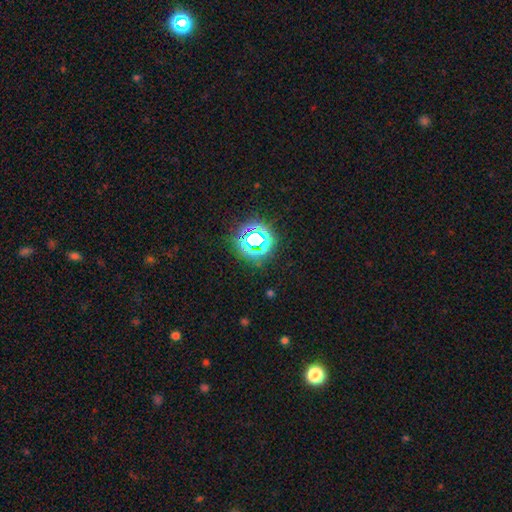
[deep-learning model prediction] This appears to be a star or artifact, not a galaxy (73%).